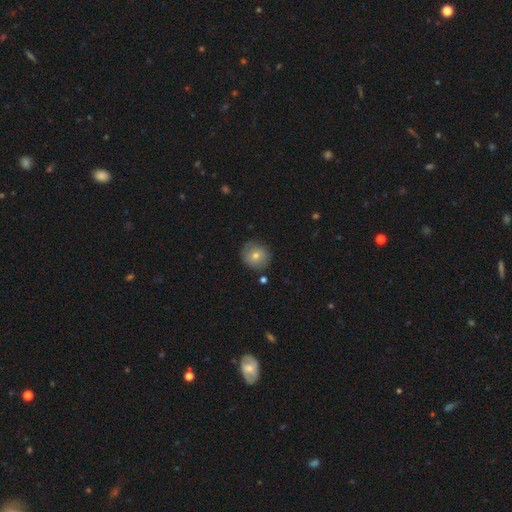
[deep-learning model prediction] This appears to be a smooth galaxy with no disk features (71%) that is round (91%). Merging: none (85%).